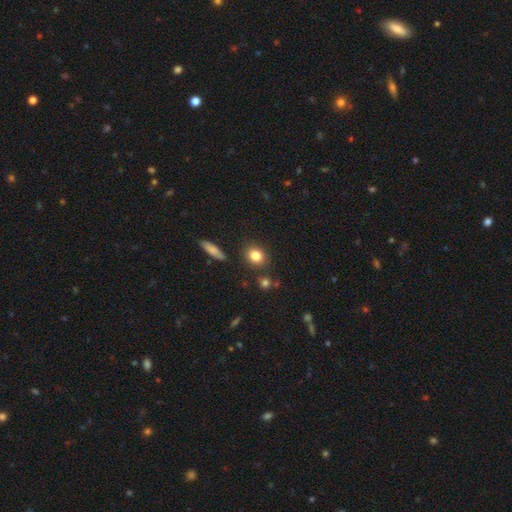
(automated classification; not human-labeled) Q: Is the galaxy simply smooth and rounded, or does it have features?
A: smooth — 82%.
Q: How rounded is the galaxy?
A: round — 66%.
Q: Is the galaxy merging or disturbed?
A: none — 83%.